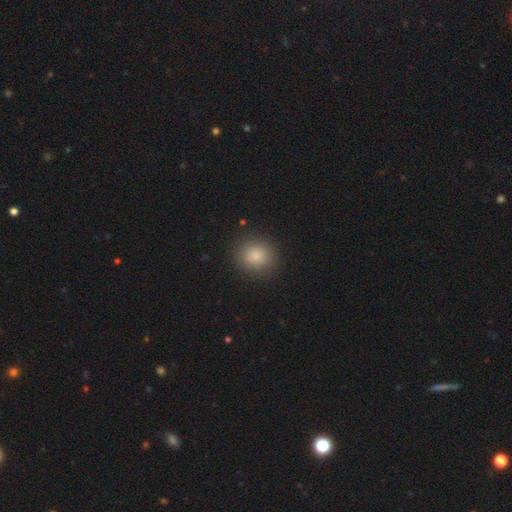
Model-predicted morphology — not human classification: A smooth galaxy with no disk features (84%) that is round (83%).

Vote fractions:
- Smooth or featured? smooth: 84% / star or artifact: 10% / featured or disk: 6%
- How rounded? round: 83% / in between: 16% / cigar-shaped: 1%
- Merging? none: 88% / minor disturbance: 8% / major disturbance: 3% / merger: 1%